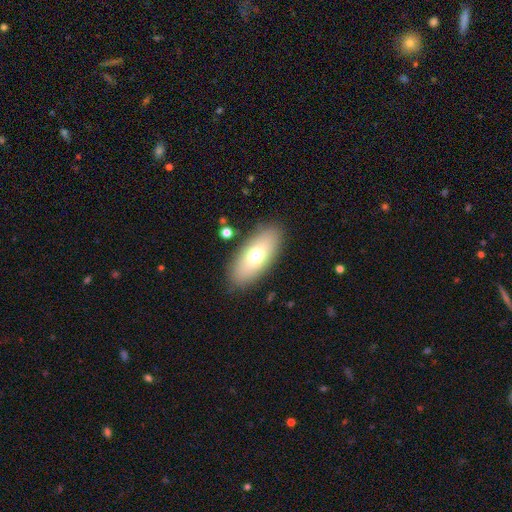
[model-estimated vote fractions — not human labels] Smooth or featured?
  - smooth: 69% *
  - featured or disk: 24%
  - star or artifact: 8%
How rounded?
  - in between: 84% *
  - cigar-shaped: 13%
  - round: 3%
Merging?
  - none: 86% *
  - minor disturbance: 9%
  - major disturbance: 3%
  - merger: 2%